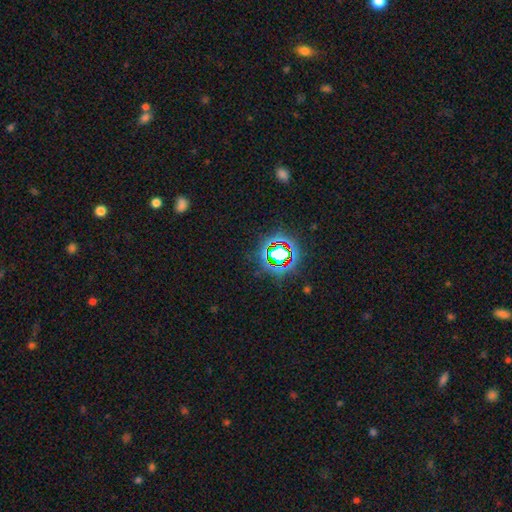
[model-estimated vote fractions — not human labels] Smooth or featured?
  - star or artifact: 77% *
  - smooth: 14%
  - featured or disk: 9%